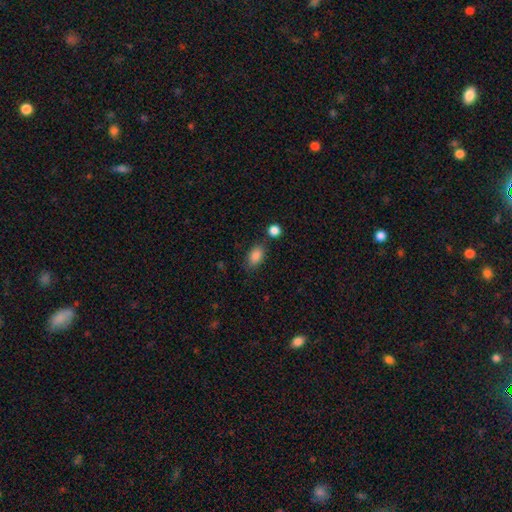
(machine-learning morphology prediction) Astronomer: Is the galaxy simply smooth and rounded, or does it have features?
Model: smooth — 87%.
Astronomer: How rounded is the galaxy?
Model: in between — 87%.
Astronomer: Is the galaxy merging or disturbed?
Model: none — 75%.